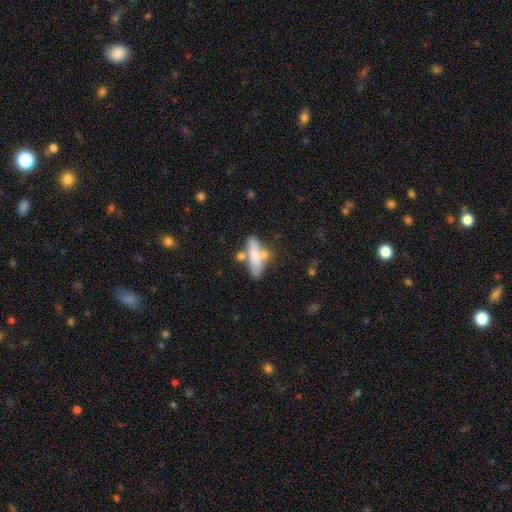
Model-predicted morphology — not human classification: smooth 64%, featured or disk 28%, star or artifact 7%. Down the decision tree: how rounded — in between (51%); merging — none (41%).